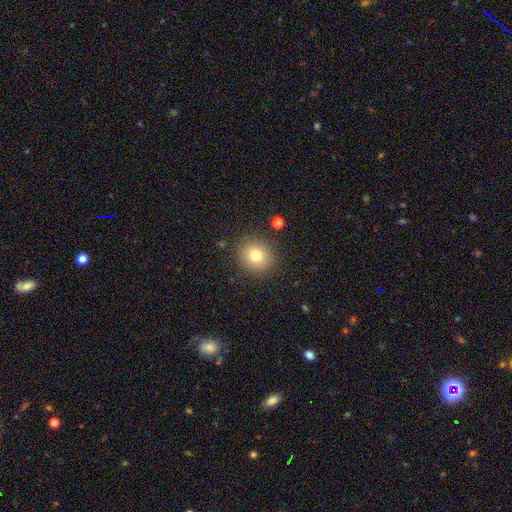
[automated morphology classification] Smooth or featured? Predicted: smooth (p=0.77). How rounded? Predicted: round (p=0.83). Merging? Predicted: none (p=0.87).